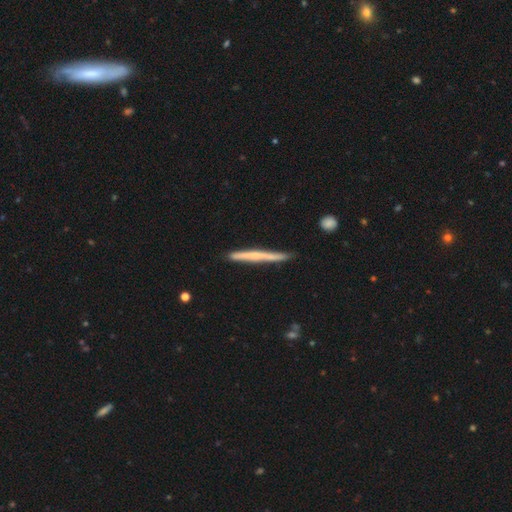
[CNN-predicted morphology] This is possibly a featured or disk galaxy (48%). Merging: clearly none (86%).